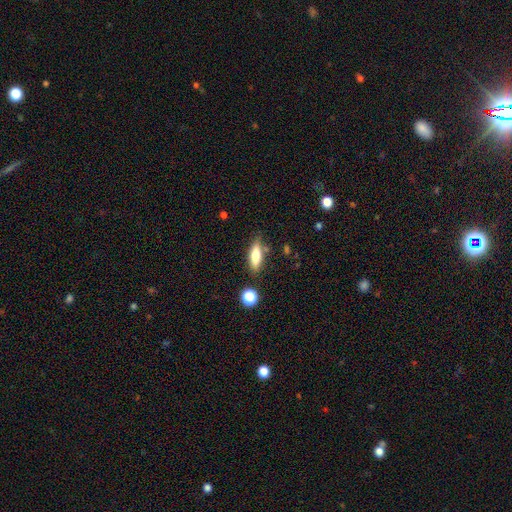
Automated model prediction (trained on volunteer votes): Smooth or featured? Predicted: smooth (p=0.71). How rounded? Predicted: in between (p=0.55). Merging? Predicted: none (p=0.75).